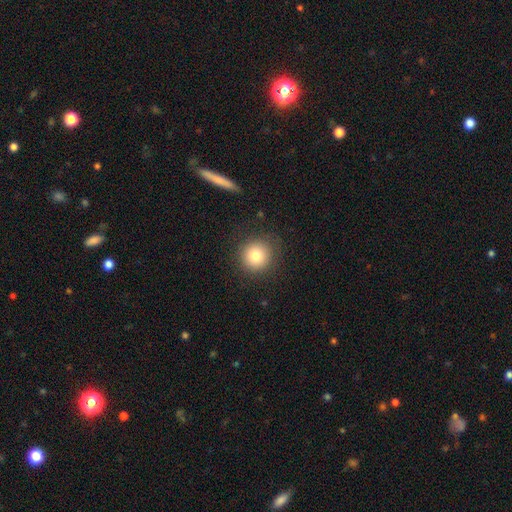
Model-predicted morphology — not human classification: type=smooth (80%); roundness=round (93%); merging=none (87%).